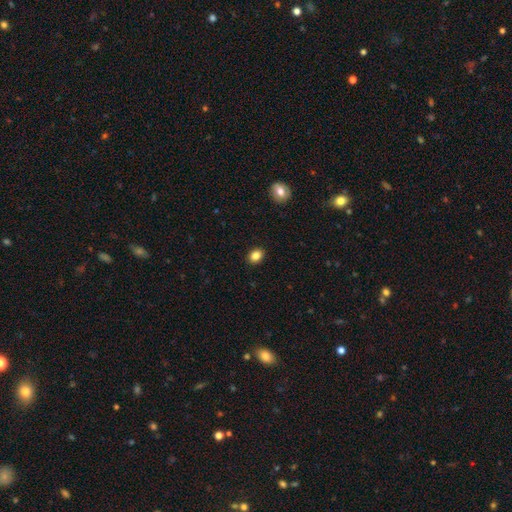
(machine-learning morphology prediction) type=smooth (85%); roundness=in between (58%); merging=none (91%).